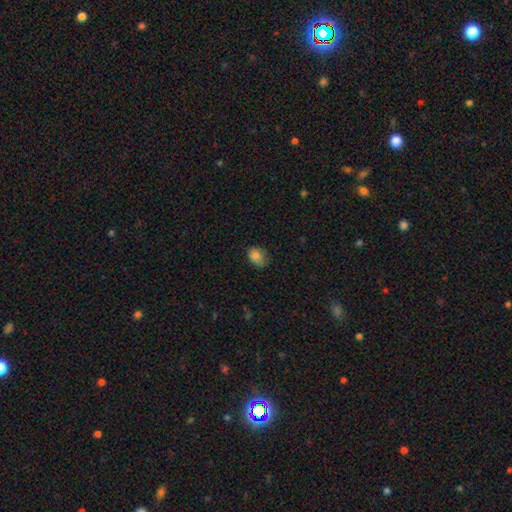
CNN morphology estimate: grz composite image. It shows a smooth galaxy with no disk features (83%) that is in between round and cigar-shaped (65%). Merging: none (64%).